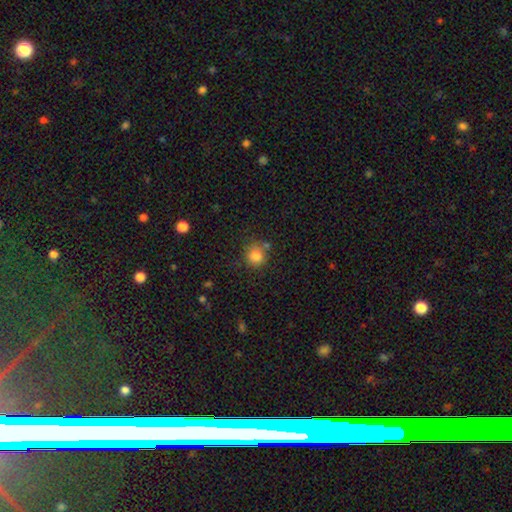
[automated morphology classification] Q: Smooth or featured?
A: smooth (83%); runner-up: star or artifact (11%)
Q: How rounded?
A: round (88%); runner-up: in between (11%)
Q: Merging?
A: none (71%); runner-up: minor disturbance (15%)